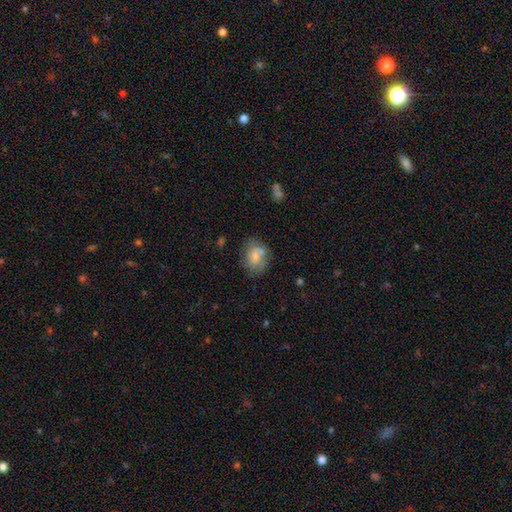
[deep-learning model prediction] smooth 65%, featured or disk 26%, star or artifact 9%. Down the decision tree: how rounded — in between (51%); merging — none (51%).